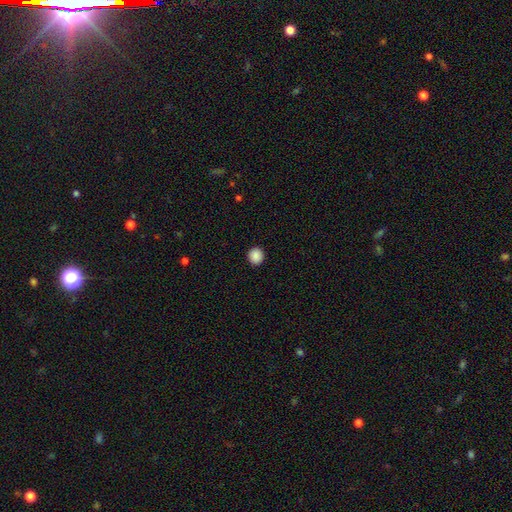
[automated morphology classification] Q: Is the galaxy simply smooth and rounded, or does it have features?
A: smooth — 89%.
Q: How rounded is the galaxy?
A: round — 91%.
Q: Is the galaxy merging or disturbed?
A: none — 93%.